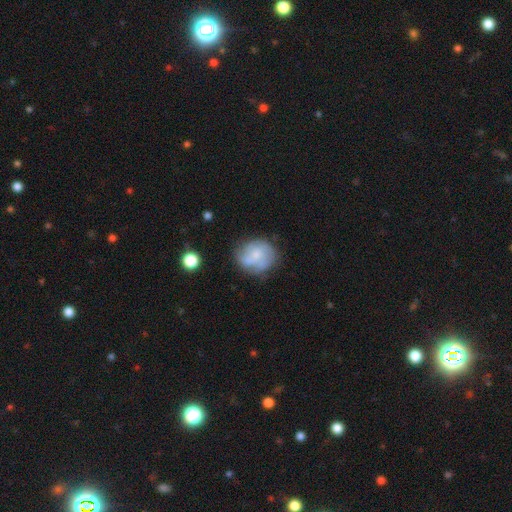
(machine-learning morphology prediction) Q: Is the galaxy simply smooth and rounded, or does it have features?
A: smooth — 49%.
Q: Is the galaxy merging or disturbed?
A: none — 55%.